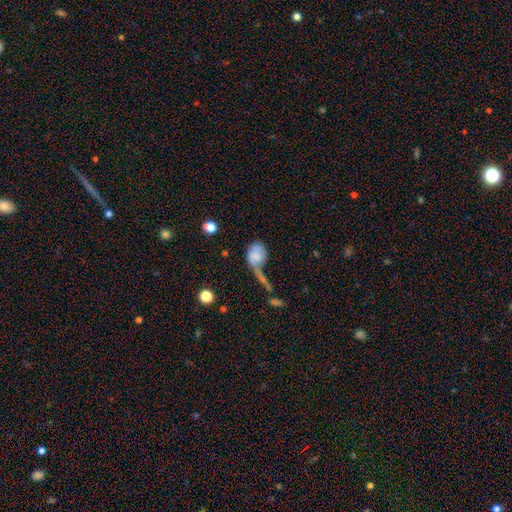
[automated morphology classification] A smooth galaxy with no disk features (62%) that is in between round and cigar-shaped (63%). Merging: major disturbance (34%).